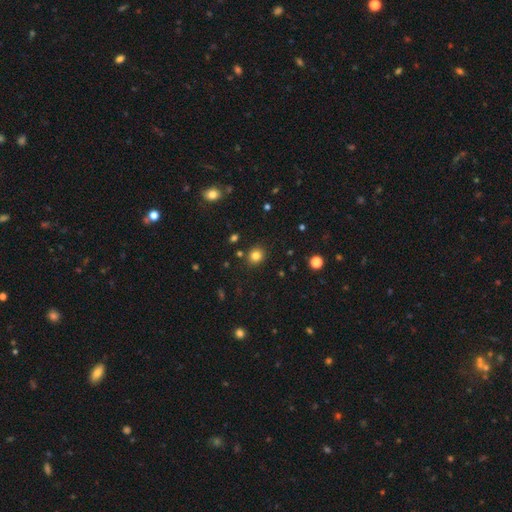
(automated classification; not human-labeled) Q: Smooth or featured?
A: smooth (81%); runner-up: star or artifact (13%)
Q: How rounded?
A: round (83%); runner-up: in between (16%)
Q: Merging?
A: none (88%); runner-up: minor disturbance (7%)